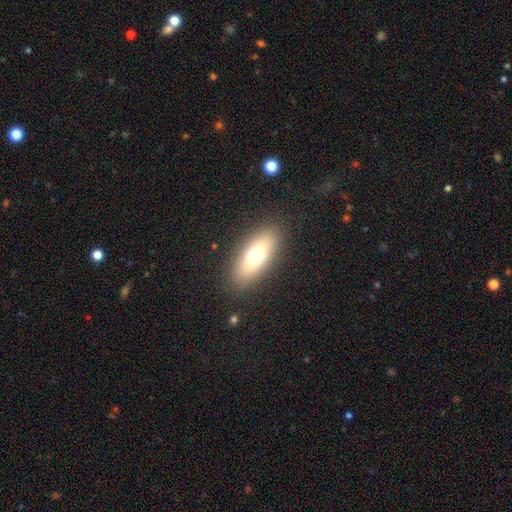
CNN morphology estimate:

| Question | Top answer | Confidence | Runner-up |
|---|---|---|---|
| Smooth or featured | smooth | 68% | featured or disk (21%) |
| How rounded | in between | 78% | cigar-shaped (17%) |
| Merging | none | 87% | minor disturbance (8%) |